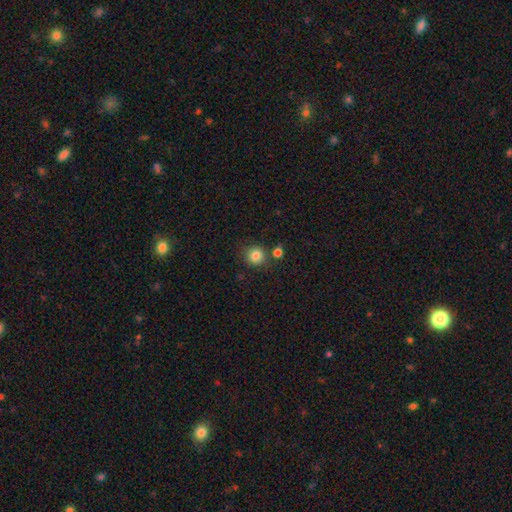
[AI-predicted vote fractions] smooth-or-featured: smooth: 83% | star or artifact: 11% | featured or disk: 6%
  how-rounded: round: 90% | in between: 9% | cigar-shaped: 1%
  merging: none: 78% | merger: 10% | minor disturbance: 9% | major disturbance: 3%